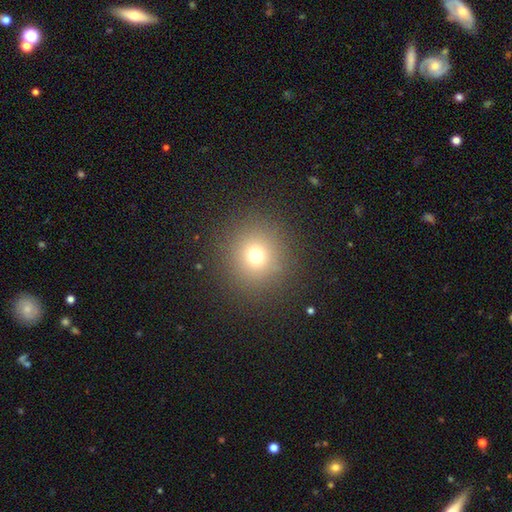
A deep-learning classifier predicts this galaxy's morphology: smooth-or-featured: smooth: 70% | star or artifact: 20% | featured or disk: 9%
  how-rounded: round: 93% | in between: 6% | cigar-shaped: 1%
  merging: none: 89% | minor disturbance: 6% | major disturbance: 4% | merger: 1%